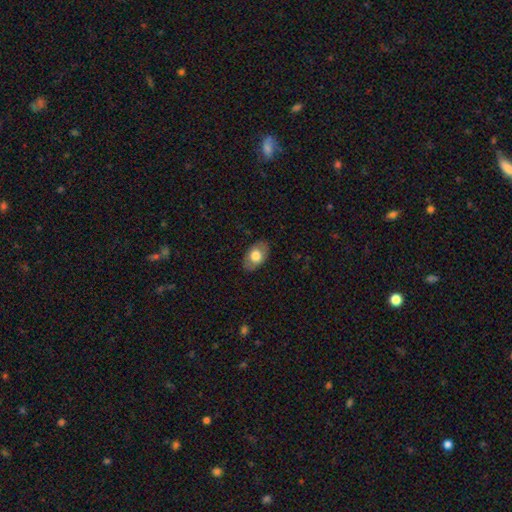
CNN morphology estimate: Smooth or featured? smooth (72%)
How rounded? in between (89%)
Merging? none (84%)